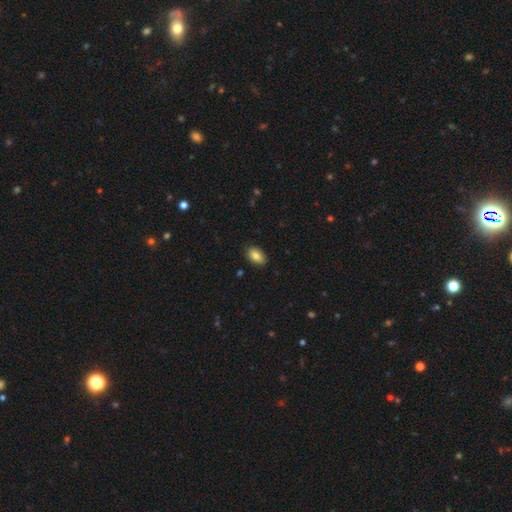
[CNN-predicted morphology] smooth-or-featured: smooth: 86% | star or artifact: 7% | featured or disk: 7%
  how-rounded: in between: 92% | round: 6% | cigar-shaped: 2%
  merging: none: 87% | minor disturbance: 10% | major disturbance: 2% | merger: 1%